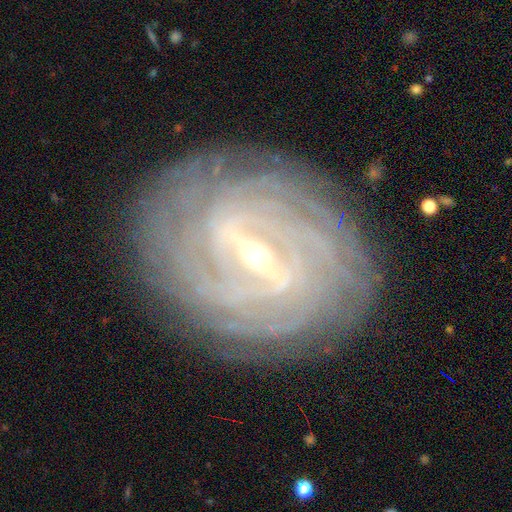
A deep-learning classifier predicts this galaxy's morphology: This is clearly a featured or disk galaxy (90%). It is clearly not viewed edge-on (96%). Bar: possibly strong (57%). Spiral arm pattern: clearly yes (97%). Spiral arm count: marginally can't tell (25%, tied with more than 4). Spiral winding: clearly tight (88%). Central bulge: likely small (61%). Merging: clearly none (87%).